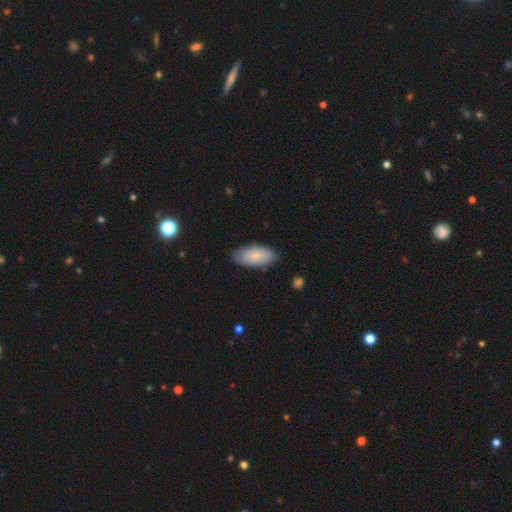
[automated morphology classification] type=smooth (80%); roundness=in between (92%); merging=none (76%).